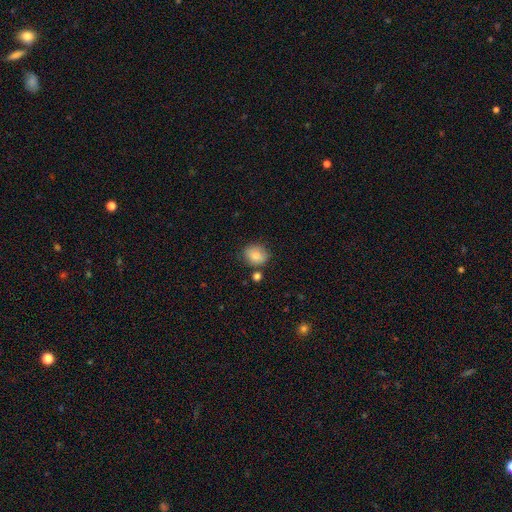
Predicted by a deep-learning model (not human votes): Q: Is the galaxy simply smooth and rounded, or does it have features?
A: smooth — 84%.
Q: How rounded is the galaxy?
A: round — 60%.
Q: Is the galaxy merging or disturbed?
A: none — 74%.